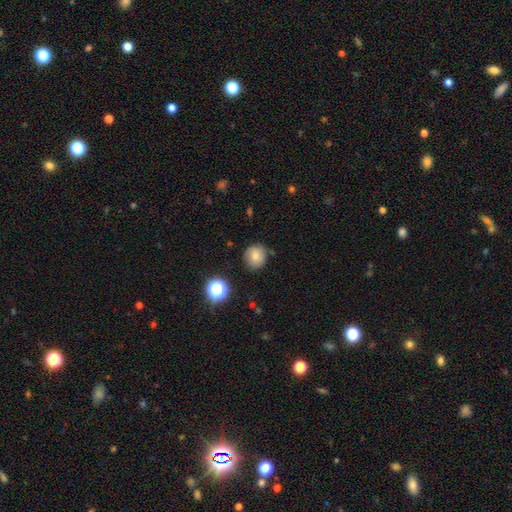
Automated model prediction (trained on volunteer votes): A smooth galaxy with no disk features (79%) that is round (87%).

Vote fractions:
- Smooth or featured? smooth: 79% / star or artifact: 12% / featured or disk: 9%
- How rounded? round: 87% / in between: 12% / cigar-shaped: 1%
- Merging? none: 82% / minor disturbance: 13% / major disturbance: 3% / merger: 2%